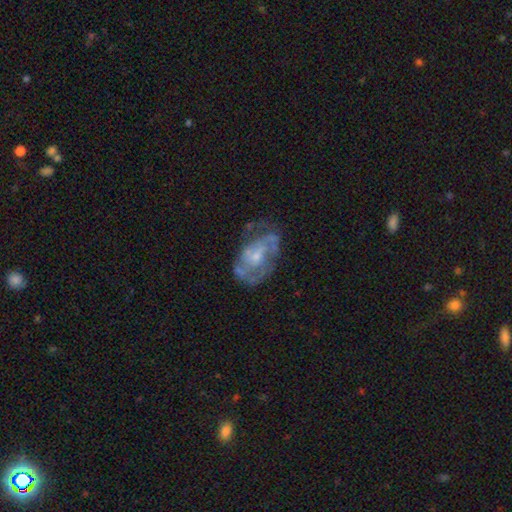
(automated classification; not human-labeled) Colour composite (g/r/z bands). It shows a featured or disk galaxy (76%) with no bar (65%), 2 (44%) medium (42%) spiral arms (72%) and a small central bulge (56%). Merging: none (54%).